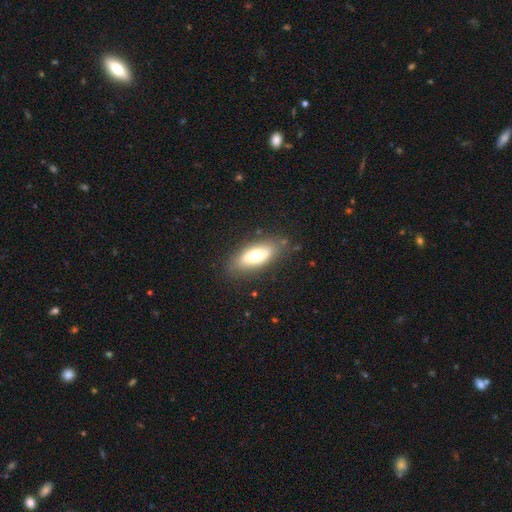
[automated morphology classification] Smooth or featured? Predicted: smooth (p=0.61). How rounded? Predicted: in between (p=0.83). Merging? Predicted: none (p=0.79).